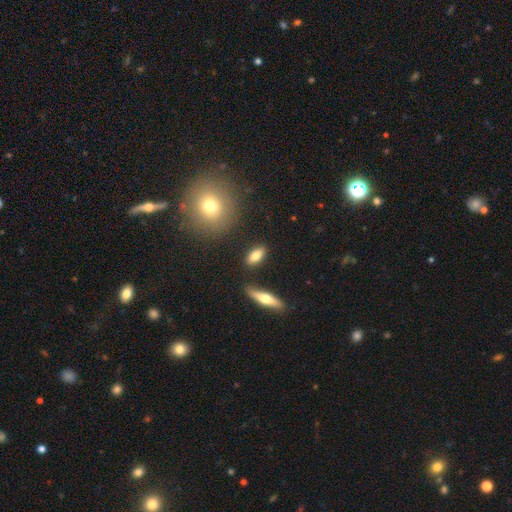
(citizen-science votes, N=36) This appears to be a smooth galaxy with no disk features (69%) that is in between round and cigar-shaped (68%). Merging: none (69%).